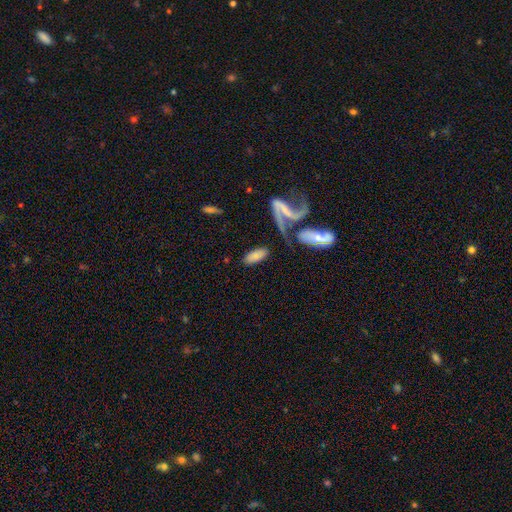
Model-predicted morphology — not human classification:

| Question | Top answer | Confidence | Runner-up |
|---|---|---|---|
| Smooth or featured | smooth | 73% | featured or disk (20%) |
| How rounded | in between | 83% | cigar-shaped (15%) |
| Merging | none | 58% | merger (19%) |